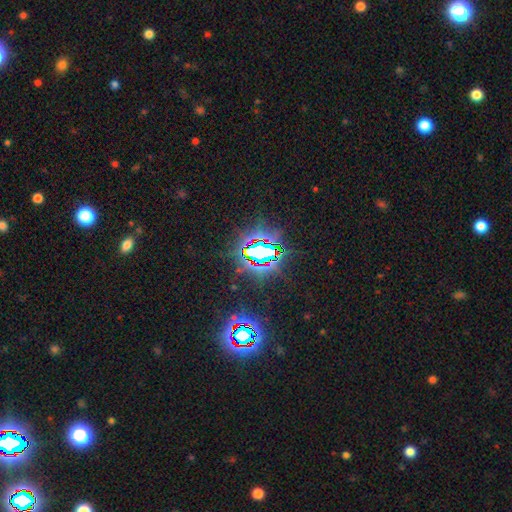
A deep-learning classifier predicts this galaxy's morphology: type=star or artifact (84%).